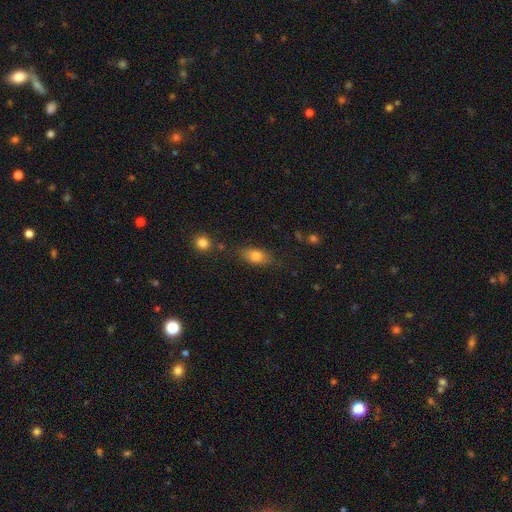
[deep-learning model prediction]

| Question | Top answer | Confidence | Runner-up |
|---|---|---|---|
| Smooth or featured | smooth | 80% | featured or disk (12%) |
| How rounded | in between | 84% | cigar-shaped (8%) |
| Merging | none | 73% | minor disturbance (17%) |